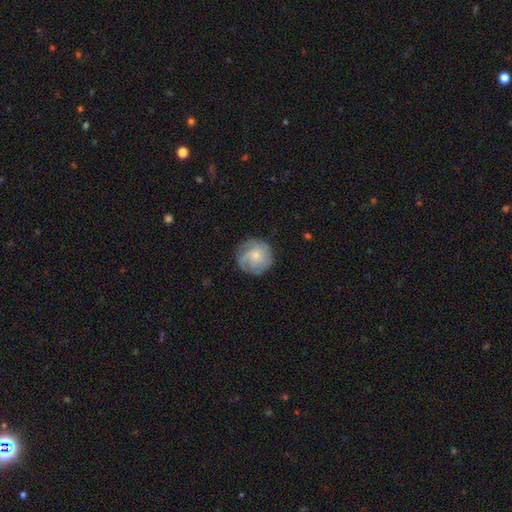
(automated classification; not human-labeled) smooth_or_featured: featured or disk (p=0.50) [alt: smooth p=0.42]
merging: none (p=0.73) [alt: minor disturbance p=0.18]